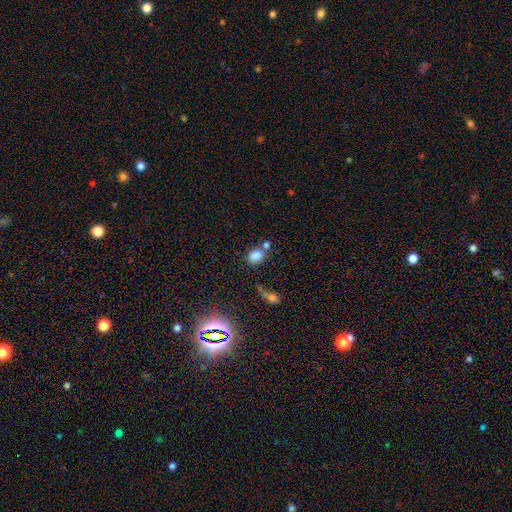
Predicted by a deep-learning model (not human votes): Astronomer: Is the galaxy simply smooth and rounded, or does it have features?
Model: smooth — 80%.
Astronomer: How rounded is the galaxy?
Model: in between — 69%.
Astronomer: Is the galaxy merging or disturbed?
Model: none — 51% (runner-up: merger, 29%).